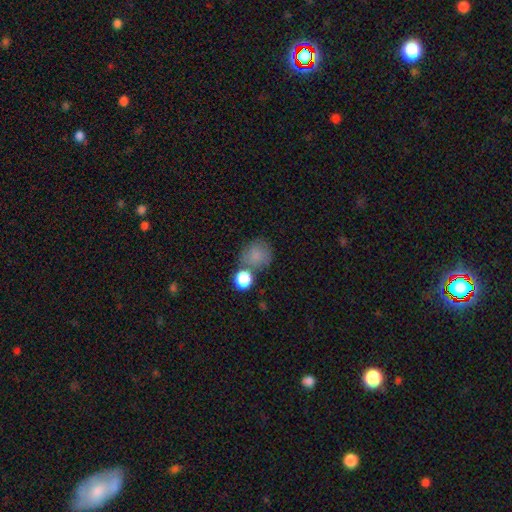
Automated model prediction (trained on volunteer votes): This appears to be a smooth galaxy with no disk features (81%) that is round (79%). Merging: none (53%).